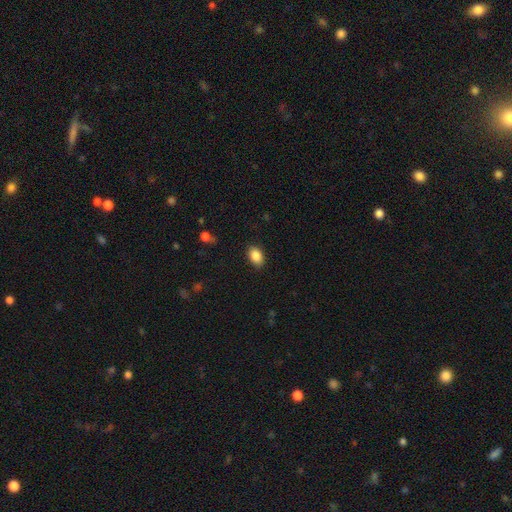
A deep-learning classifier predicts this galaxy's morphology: Q: Smooth or featured?
A: smooth (88%); runner-up: star or artifact (8%)
Q: How rounded?
A: in between (87%); runner-up: round (12%)
Q: Merging?
A: none (87%); runner-up: minor disturbance (10%)